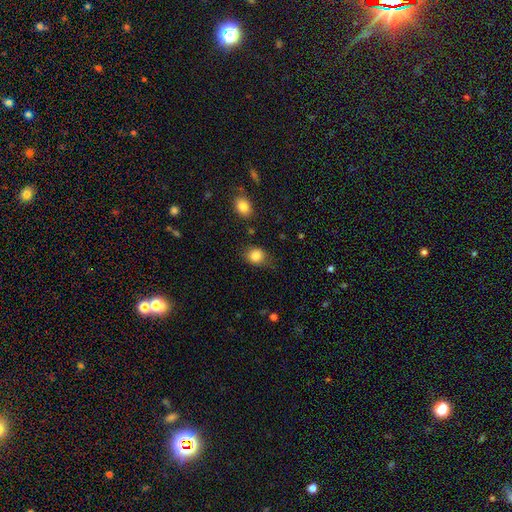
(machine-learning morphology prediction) Overall: smooth (85%). How rounded: round (68%; in between 31%). Merging: none (67%).